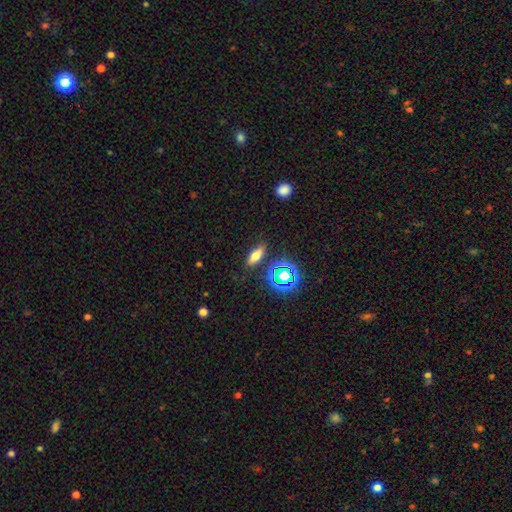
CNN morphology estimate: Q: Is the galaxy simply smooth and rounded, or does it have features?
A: smooth — 63%.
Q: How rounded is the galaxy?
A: in between — 65%.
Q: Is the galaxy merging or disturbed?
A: none — 83%.